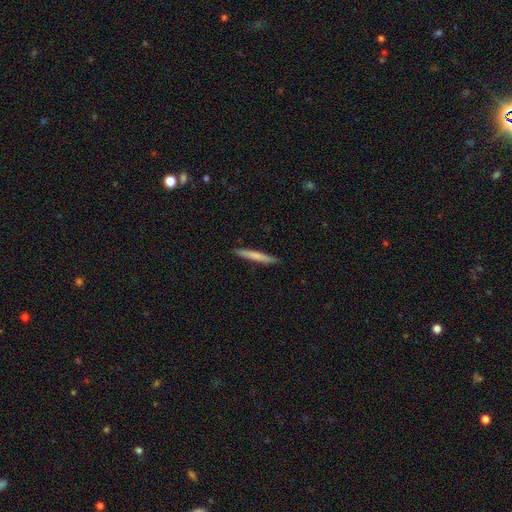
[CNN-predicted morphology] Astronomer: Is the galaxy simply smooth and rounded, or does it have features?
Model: smooth — 71%.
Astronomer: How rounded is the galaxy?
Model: cigar-shaped — 96%.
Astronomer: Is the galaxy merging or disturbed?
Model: none — 91%.